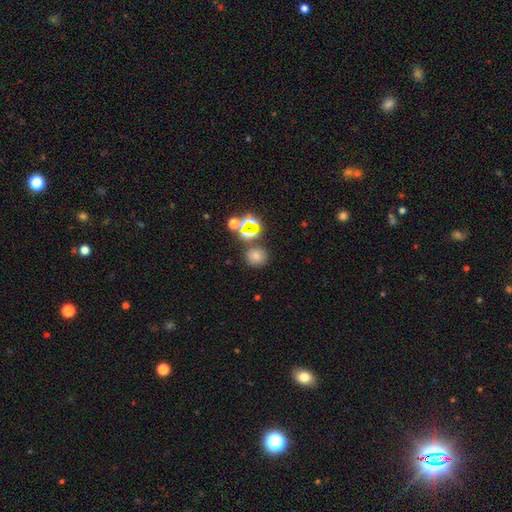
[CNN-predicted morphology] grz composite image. It shows a smooth galaxy with no disk features (66%) that is round (82%). Merging: none (75%).